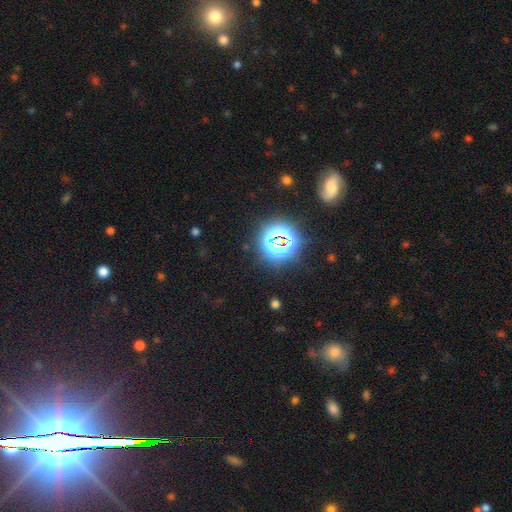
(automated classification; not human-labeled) Overall: star or artifact (79%).